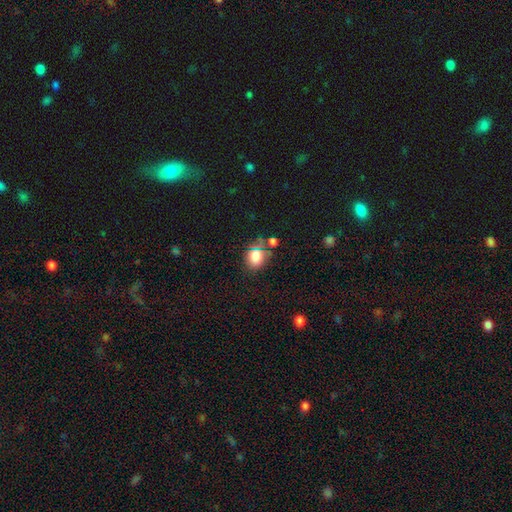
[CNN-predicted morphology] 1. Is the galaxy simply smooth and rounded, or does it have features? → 76% smooth, 16% star or artifact, 9% featured or disk.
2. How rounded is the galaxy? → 50% round, 49% in between, 1% cigar-shaped.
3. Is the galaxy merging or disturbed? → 61% none, 18% minor disturbance, 14% merger, 7% major disturbance.